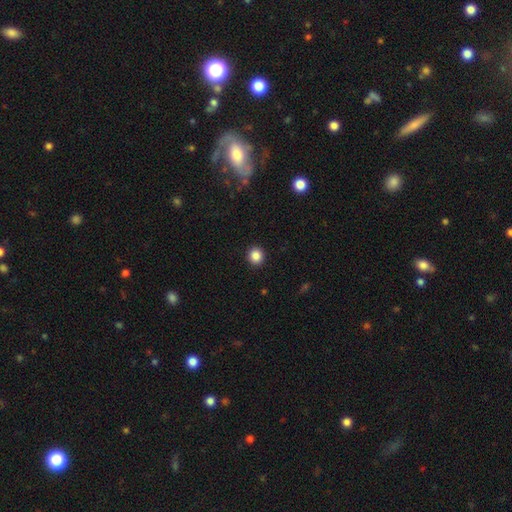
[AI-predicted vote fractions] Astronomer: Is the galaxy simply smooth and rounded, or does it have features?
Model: smooth — 86%.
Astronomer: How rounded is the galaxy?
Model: round — 90%.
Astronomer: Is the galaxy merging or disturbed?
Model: none — 93%.